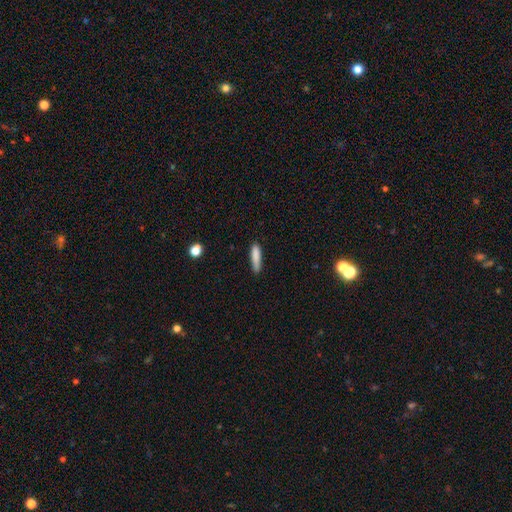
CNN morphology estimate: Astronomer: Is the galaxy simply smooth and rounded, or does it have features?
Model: smooth — 84%.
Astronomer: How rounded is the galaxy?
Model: cigar-shaped — 80%.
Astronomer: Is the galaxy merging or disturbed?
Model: none — 74%.